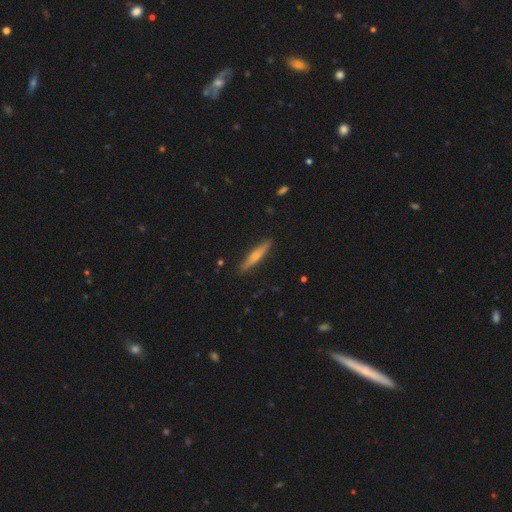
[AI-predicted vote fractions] Smooth or featured? smooth (54%)
How rounded? cigar-shaped (90%)
Merging? none (89%)